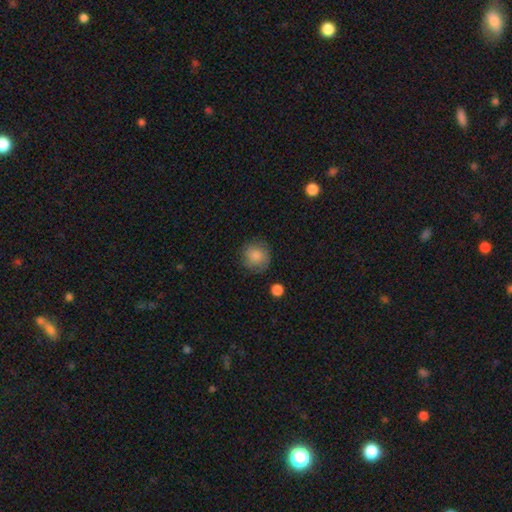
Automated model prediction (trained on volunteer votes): Smooth or featured? Predicted: smooth (p=0.83). How rounded? Predicted: round (p=0.91). Merging? Predicted: none (p=0.80).